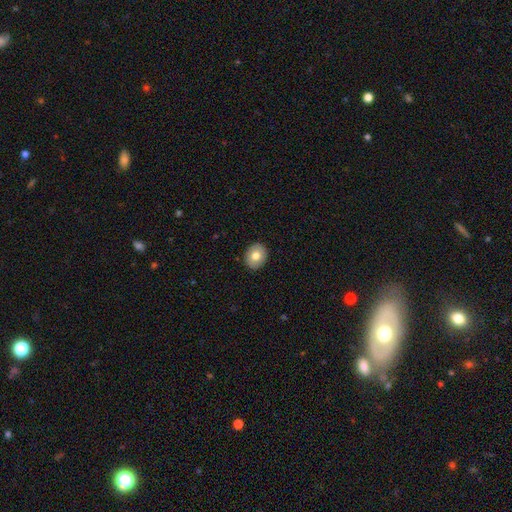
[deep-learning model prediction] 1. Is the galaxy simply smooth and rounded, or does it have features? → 74% smooth, 18% featured or disk, 8% star or artifact.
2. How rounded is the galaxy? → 59% round, 40% in between, 1% cigar-shaped.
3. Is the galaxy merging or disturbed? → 90% none, 7% minor disturbance, 2% major disturbance, 1% merger.